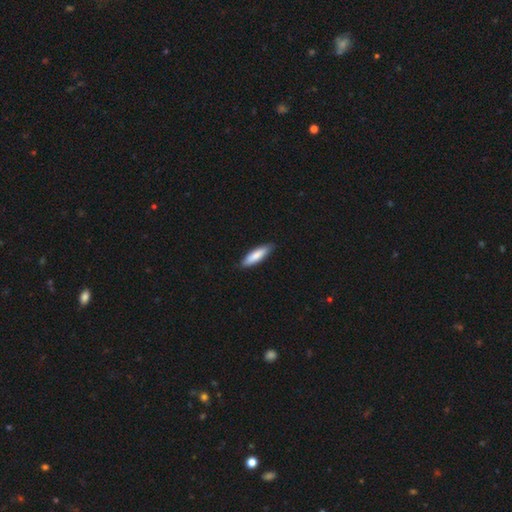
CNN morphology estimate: Smooth or featured? smooth (83%)
How rounded? cigar-shaped (64%)
Merging? none (87%)